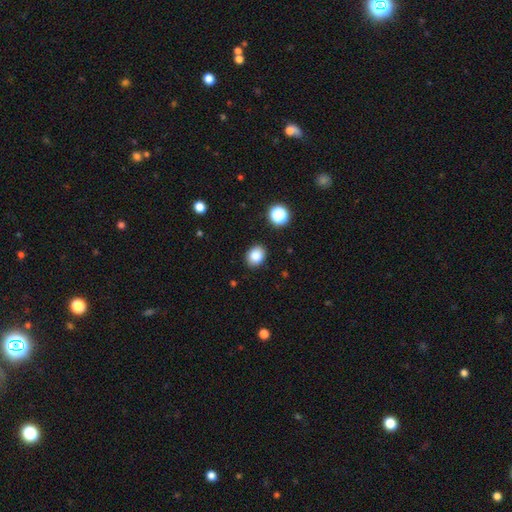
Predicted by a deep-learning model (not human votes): Smooth or featured: smooth — 85% (star or artifact — 10%)
How rounded: in between — 51% (round — 49%)
Merging: none — 87% (minor disturbance — 9%)